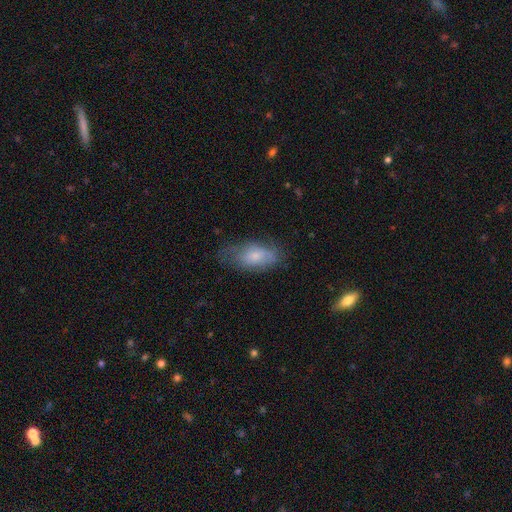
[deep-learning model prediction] smooth_or_featured: smooth (p=0.68) [alt: featured or disk p=0.25]
how_rounded: in between (p=0.90) [alt: cigar-shaped p=0.06]
merging: none (p=0.54) [alt: minor disturbance p=0.31]